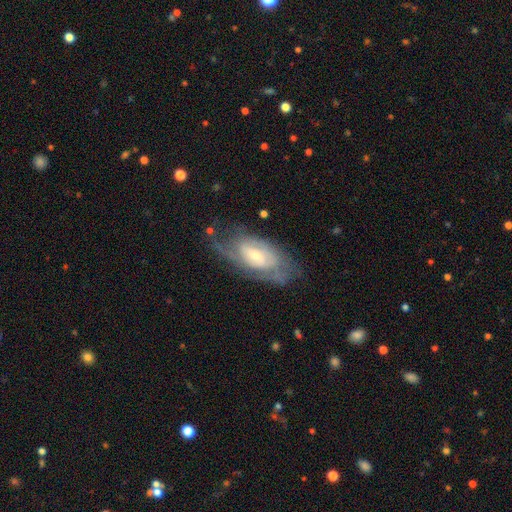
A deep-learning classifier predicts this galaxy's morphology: smooth-or-featured: featured or disk: 76% | smooth: 18% | star or artifact: 6%
  disk-edge-on: no: 93% | yes: 7%
    bar: no: 49% | weak: 40% | strong: 12%
    has-spiral-arms: yes: 87% | no: 13%
      spiral-winding: tight: 49% | medium: 37% | loose: 14%
      spiral-arm-count: 2: 39% | can't tell: 38% | 3: 10% | 1: 6% | 4: 4% | more than 4: 3%
    bulge-size: small: 56% | moderate: 37% | large: 4% | none: 2% | dominant: 1%
  merging: none: 62% | minor disturbance: 22% | major disturbance: 14% | merger: 2%